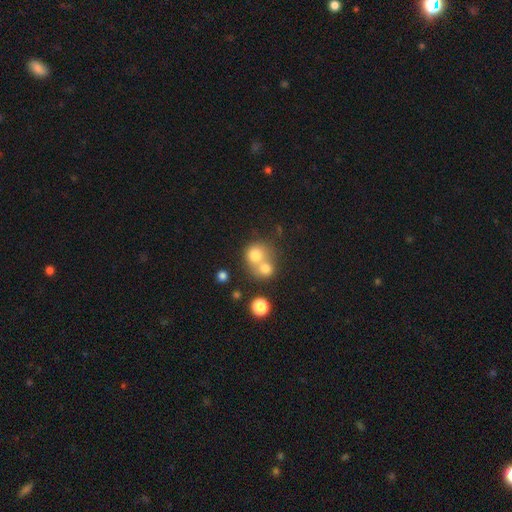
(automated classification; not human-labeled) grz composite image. It shows a smooth galaxy with no disk features (75%) that is round (82%). Merging: merger (60%).